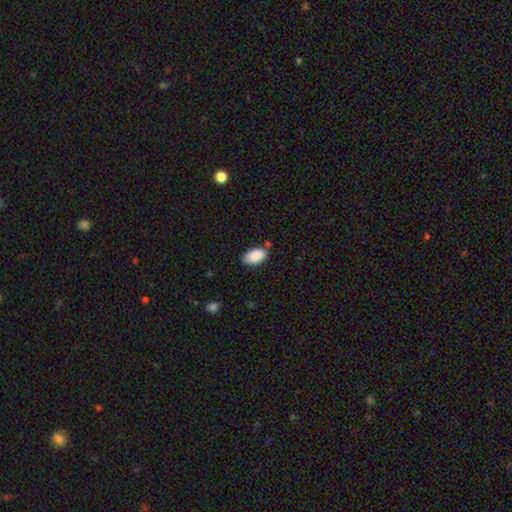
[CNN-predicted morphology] Smooth or featured? Predicted: smooth (p=0.89). How rounded? Predicted: in between (p=0.95). Merging? Predicted: none (p=0.78).